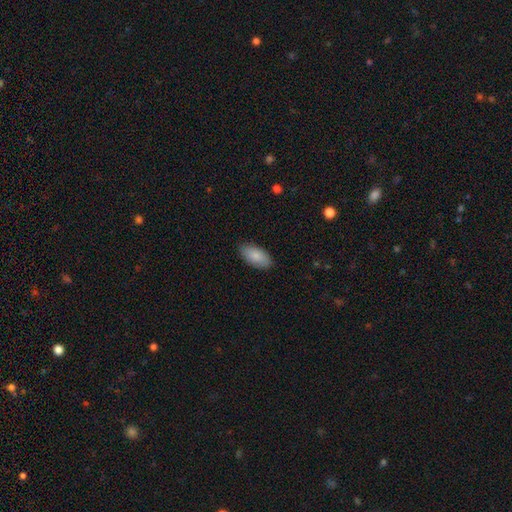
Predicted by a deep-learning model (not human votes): smooth 87%, featured or disk 7%, star or artifact 6%. Down the decision tree: how rounded — in between (94%); merging — none (86%).